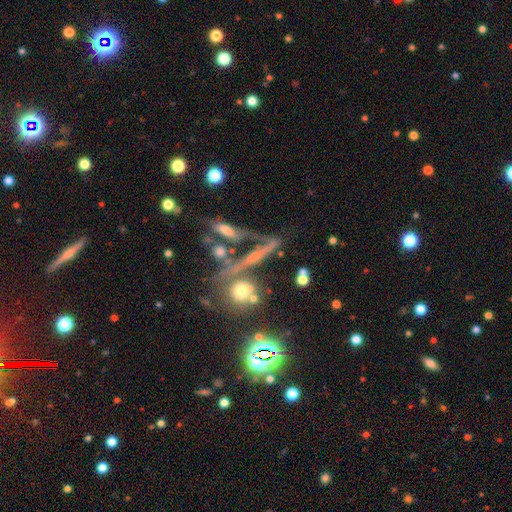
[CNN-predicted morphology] smooth-or-featured: featured or disk: 42% | smooth: 32% | star or artifact: 27%
  merging: none: 45% | merger: 27% | minor disturbance: 15% | major disturbance: 13%